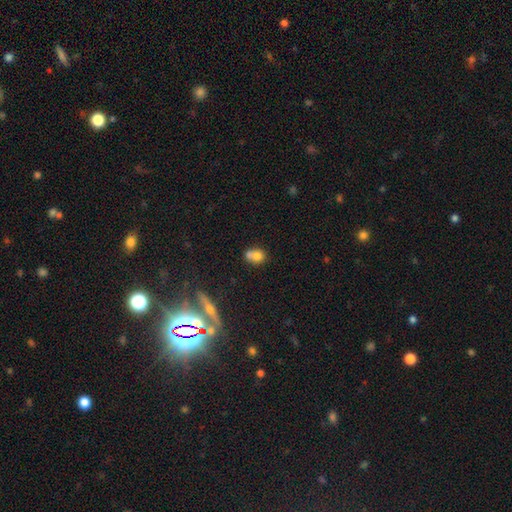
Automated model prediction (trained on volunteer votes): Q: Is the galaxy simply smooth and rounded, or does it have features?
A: smooth — 73%.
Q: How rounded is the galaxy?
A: round — 51%.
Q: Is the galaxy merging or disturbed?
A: merger — 50%.